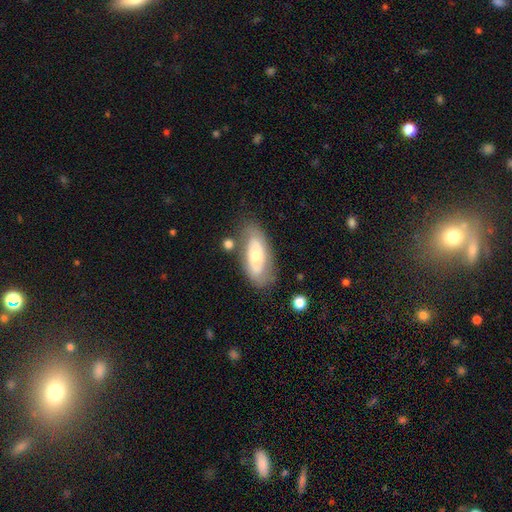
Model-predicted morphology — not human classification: Smooth or featured? Predicted: featured or disk (p=0.51). Edge-on disk? Predicted: no (p=0.86). Merging? Predicted: none (p=0.68).